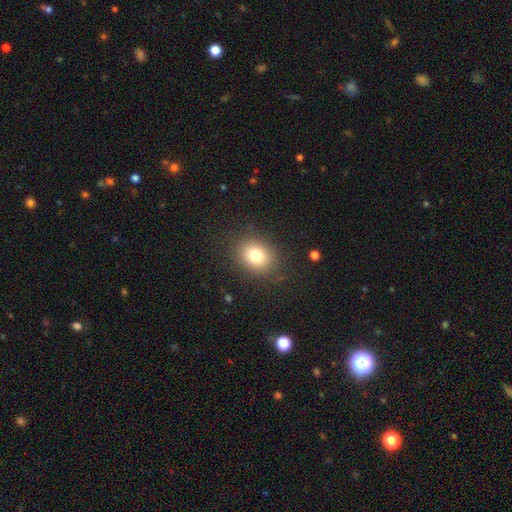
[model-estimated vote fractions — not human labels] The model was most divided on "how rounded": round: 53%, in between: 47%, cigar-shaped: 1%. More confident: merging — none (85%); smooth or featured — smooth (78%).